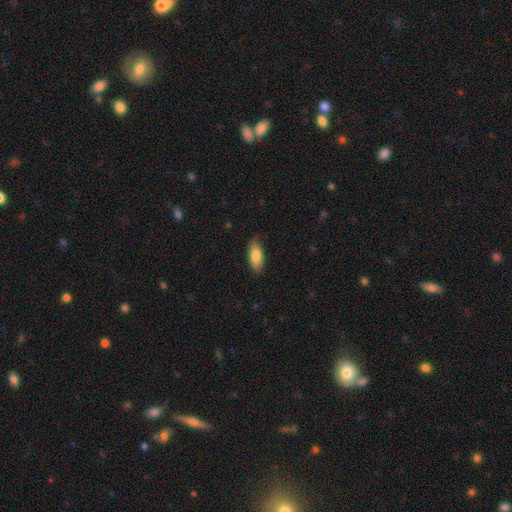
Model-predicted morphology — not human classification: Smooth or featured? Predicted: smooth (p=0.83). How rounded? Predicted: in between (p=0.83). Merging? Predicted: none (p=0.82).